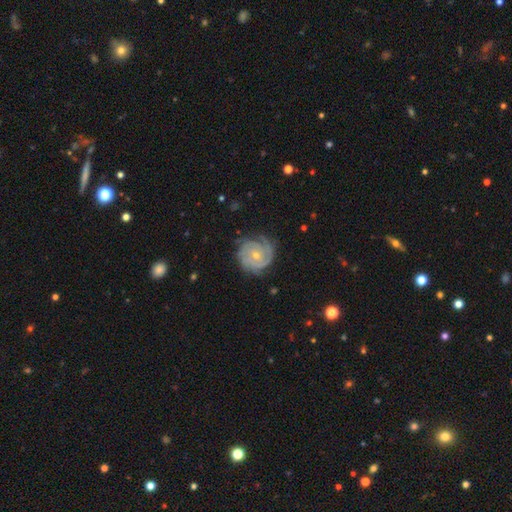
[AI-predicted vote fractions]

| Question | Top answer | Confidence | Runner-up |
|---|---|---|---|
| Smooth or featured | featured or disk | 87% | smooth (8%) |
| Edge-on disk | no | 98% | yes (2%) |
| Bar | no | 74% | weak (21%) |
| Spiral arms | yes | 97% | no (3%) |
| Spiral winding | tight | 76% | medium (20%) |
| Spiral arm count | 3 | 33% | can't tell (22%) |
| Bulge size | small | 59% | moderate (39%) |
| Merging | none | 74% | minor disturbance (18%) |